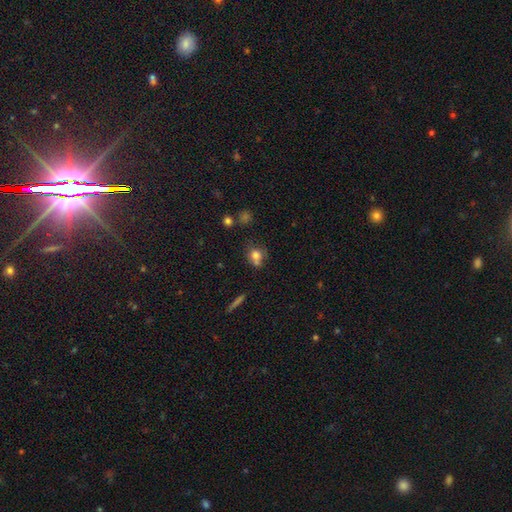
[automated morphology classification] This is likely a smooth galaxy (75%). How rounded: likely round (67%). Merging: possibly none (50%).